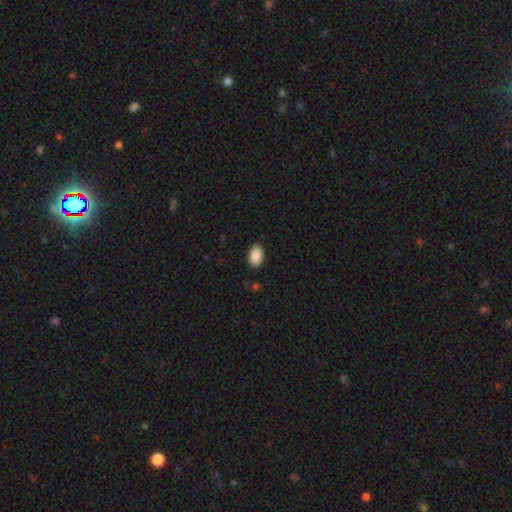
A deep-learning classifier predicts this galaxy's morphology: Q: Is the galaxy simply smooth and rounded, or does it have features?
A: smooth — 89%.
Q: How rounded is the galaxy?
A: in between — 91%.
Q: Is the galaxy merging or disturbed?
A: none — 88%.